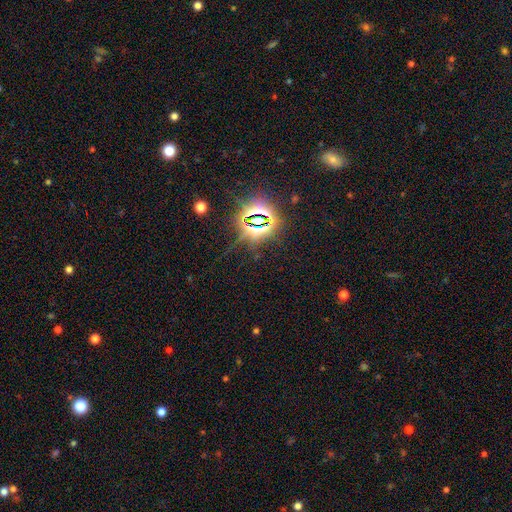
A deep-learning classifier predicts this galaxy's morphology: The model was most divided on "smooth or featured": star or artifact: 80%, smooth: 12%, featured or disk: 8%.